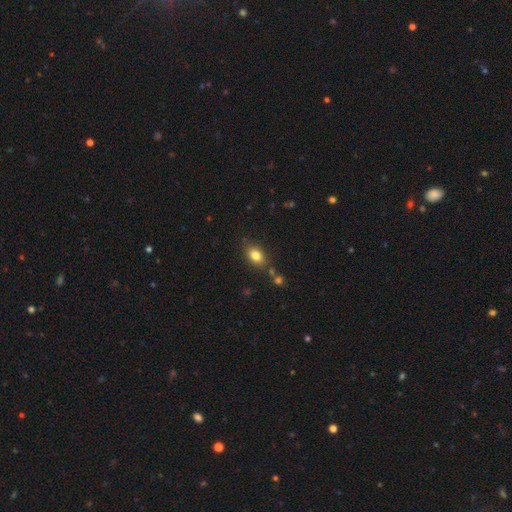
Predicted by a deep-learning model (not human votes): Morphology: type=smooth (81%); roundness=in between (79%); merging=none (76%).